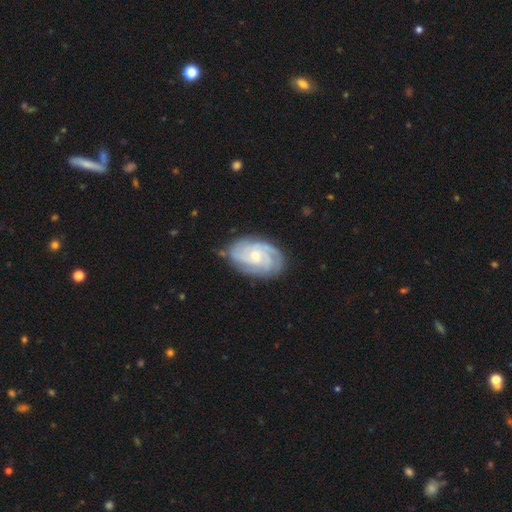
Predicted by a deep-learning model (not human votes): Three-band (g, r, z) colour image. It shows a featured or disk galaxy (84%) with no bar (65%), 3 (32%) tight (69%) spiral arms (96%) and a small central bulge (50%). Merging: none (77%).